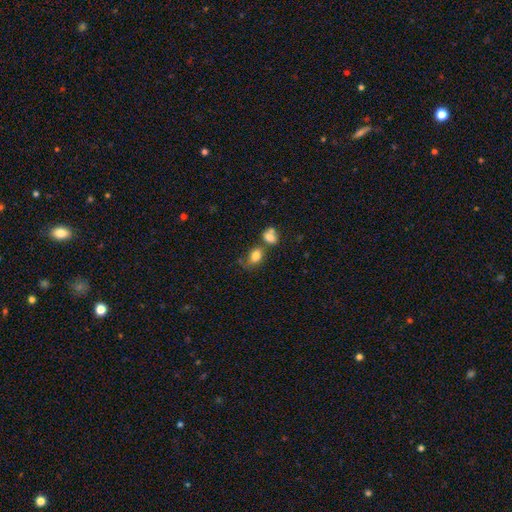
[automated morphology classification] A smooth galaxy with no disk features (82%) that is in between round and cigar-shaped (79%). Merging: none (44%).